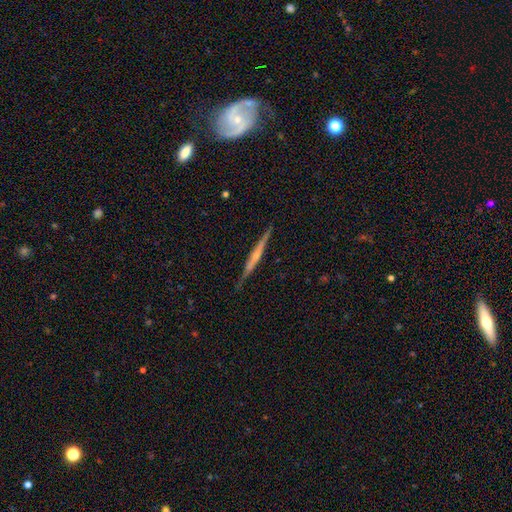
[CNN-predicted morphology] This appears to be a featured or disk galaxy (72%) viewed edge-on (98%) with a rounded central bulge (53%). Merging: none (86%).